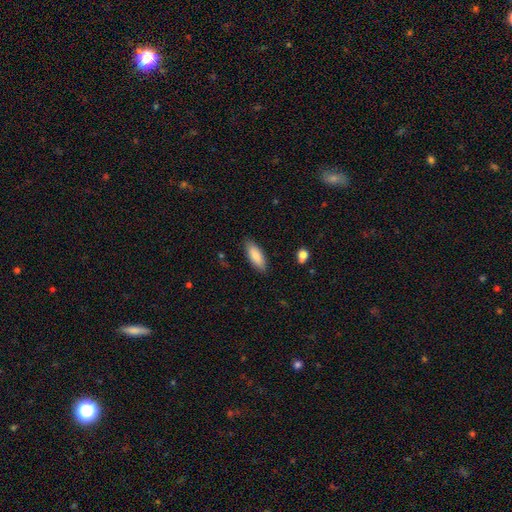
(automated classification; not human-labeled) Overall: smooth (87%). How rounded: in between (68%; cigar-shaped 31%). Merging: none (86%).